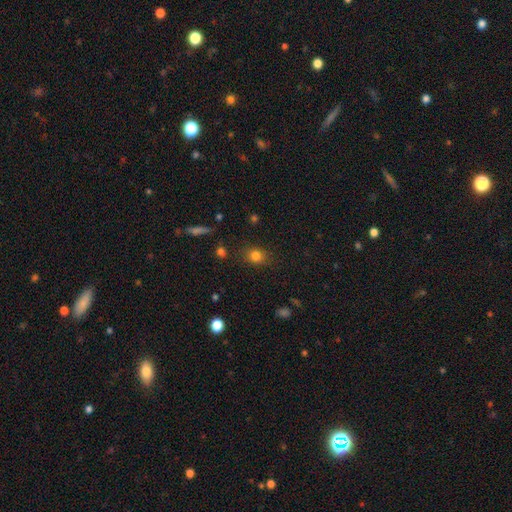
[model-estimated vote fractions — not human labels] smooth_or_featured: smooth (p=0.80) [alt: star or artifact p=0.13]
how_rounded: round (p=0.62) [alt: in between p=0.36]
merging: none (p=0.84) [alt: minor disturbance p=0.11]